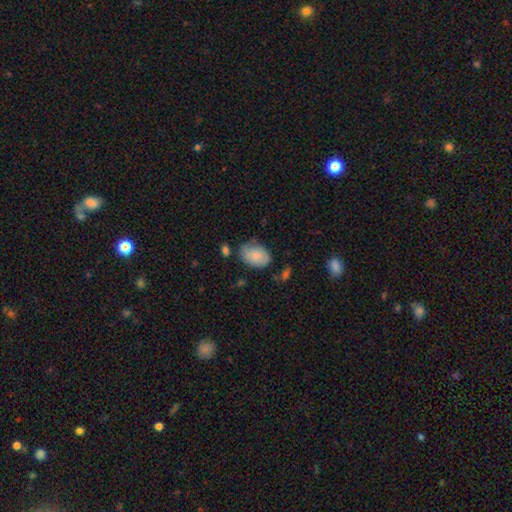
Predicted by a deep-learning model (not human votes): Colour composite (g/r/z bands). It shows a smooth galaxy with no disk features (80%) that is in between round and cigar-shaped (83%). Merging: none (61%).